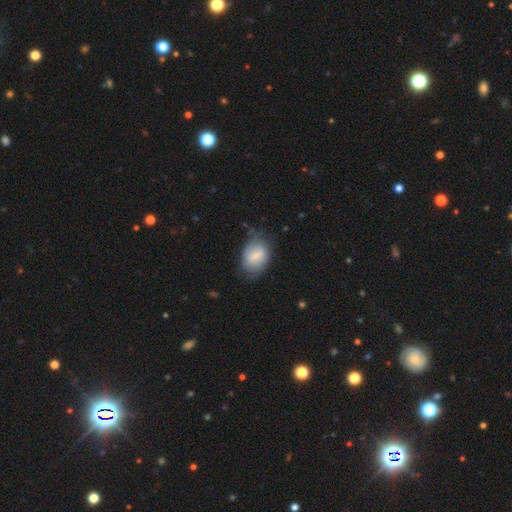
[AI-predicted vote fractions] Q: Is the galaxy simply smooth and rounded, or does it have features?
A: smooth — 70%.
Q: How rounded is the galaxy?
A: in between — 78%.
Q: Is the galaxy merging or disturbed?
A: none — 62%.